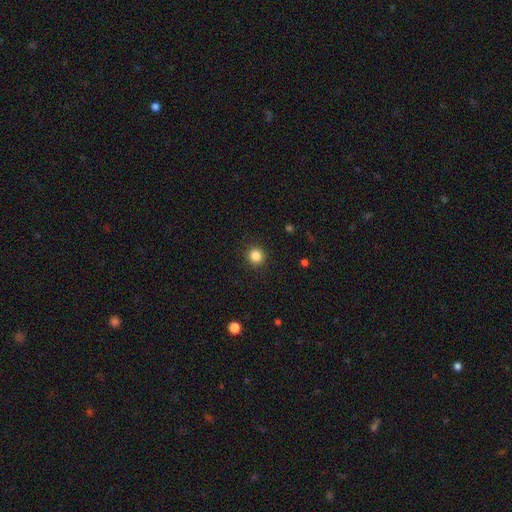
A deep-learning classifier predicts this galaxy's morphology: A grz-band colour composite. It shows a smooth galaxy with no disk features (85%) that is round (94%). Merging: none (91%).